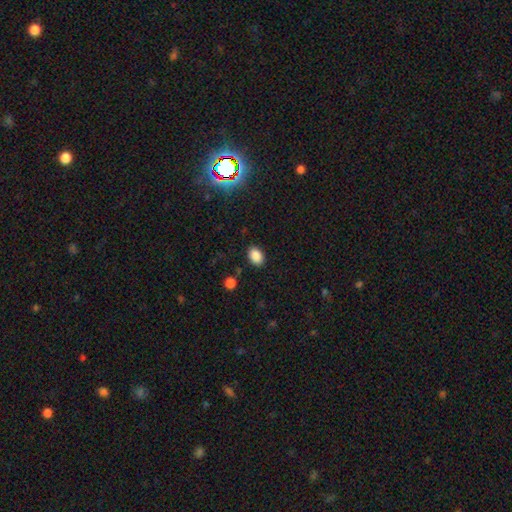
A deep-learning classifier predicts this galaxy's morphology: This is clearly a smooth galaxy (86%). How rounded: clearly in between (81%). Merging: clearly none (87%).